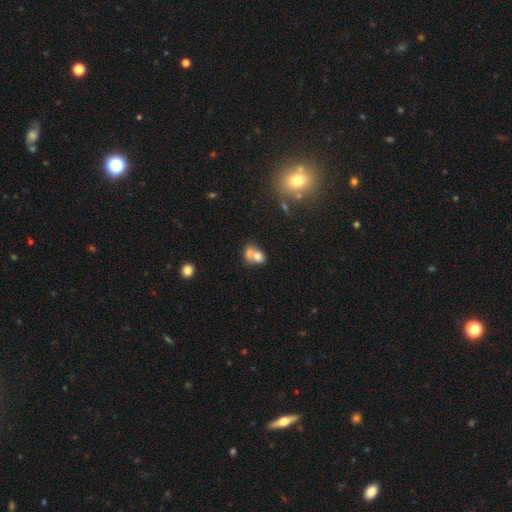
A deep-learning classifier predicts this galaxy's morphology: This is likely a smooth galaxy (70%). How rounded: possibly in between (58%). Merging: likely merger (68%).